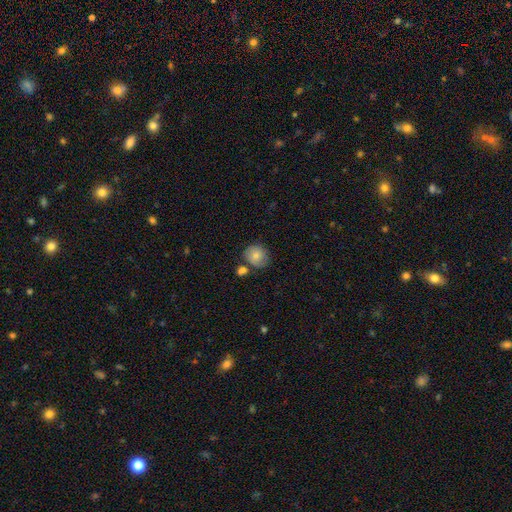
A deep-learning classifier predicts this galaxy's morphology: type=smooth (81%); roundness=round (83%); merging=none (67%).